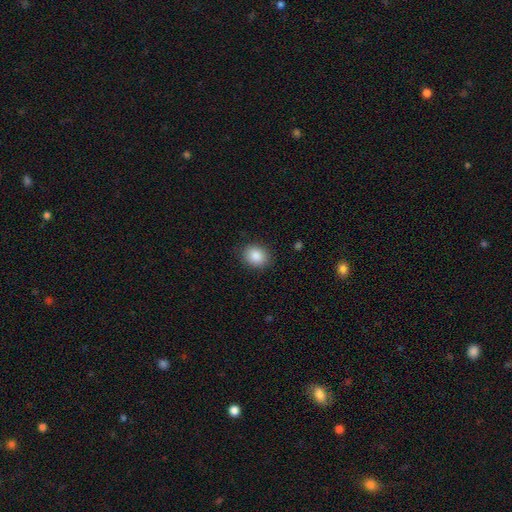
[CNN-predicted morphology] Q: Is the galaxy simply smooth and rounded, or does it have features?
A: smooth — 87%.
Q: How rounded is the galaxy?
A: round — 56%.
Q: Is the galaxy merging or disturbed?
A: none — 87%.